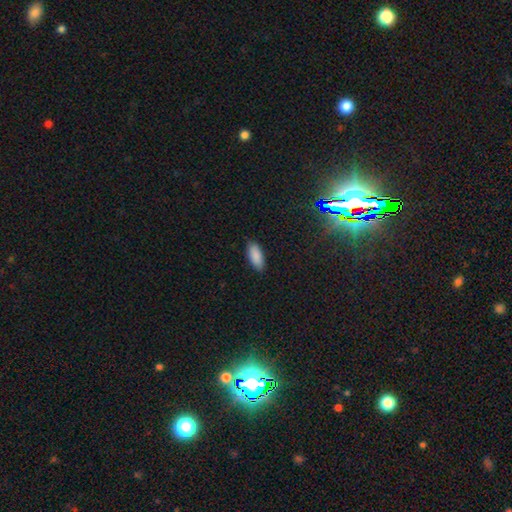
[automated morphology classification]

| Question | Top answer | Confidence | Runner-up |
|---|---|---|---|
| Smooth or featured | smooth | 89% | star or artifact (7%) |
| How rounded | in between | 85% | cigar-shaped (13%) |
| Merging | none | 85% | minor disturbance (12%) |